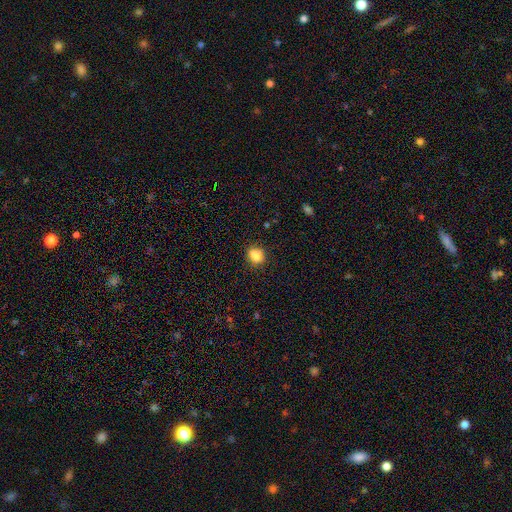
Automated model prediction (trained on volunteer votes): smooth 83%, star or artifact 10%, featured or disk 6%. Down the decision tree: how rounded — round (63%); merging — none (73%).